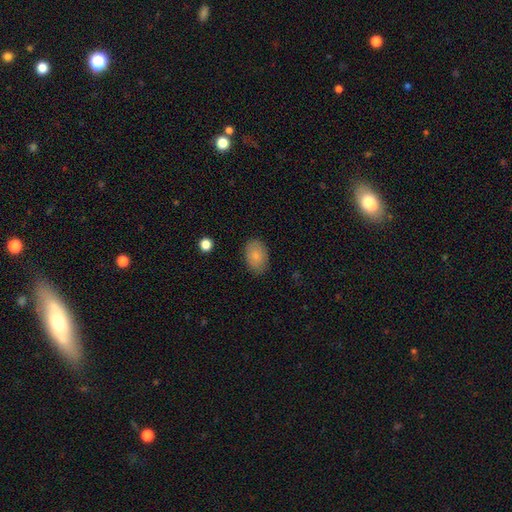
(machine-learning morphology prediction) A smooth galaxy with no disk features (83%) that is in between round and cigar-shaped (86%).

Vote fractions:
- Smooth or featured? smooth: 83% / featured or disk: 9% / star or artifact: 8%
- How rounded? in between: 86% / round: 13% / cigar-shaped: 1%
- Merging? none: 85% / minor disturbance: 11% / major disturbance: 3% / merger: 1%